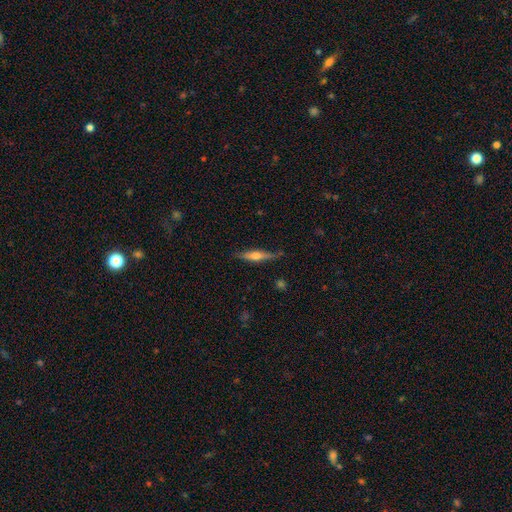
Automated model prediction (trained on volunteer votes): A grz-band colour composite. It shows a featured or disk galaxy (58%) viewed edge-on (95%) with a rounded central bulge (88%). Merging: none (78%).